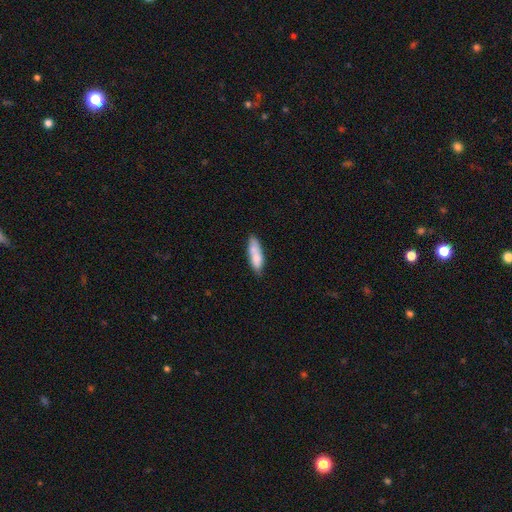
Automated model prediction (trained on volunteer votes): A smooth galaxy with no disk features (76%) that is cigar-shaped (54%). Merging: none (62%).